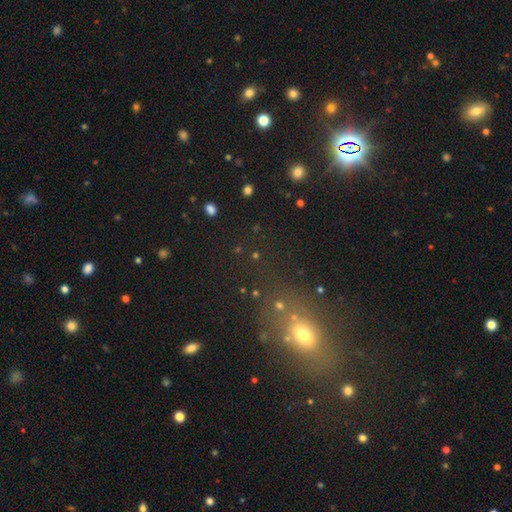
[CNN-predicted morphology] type=smooth (45%); merging=none (70%).